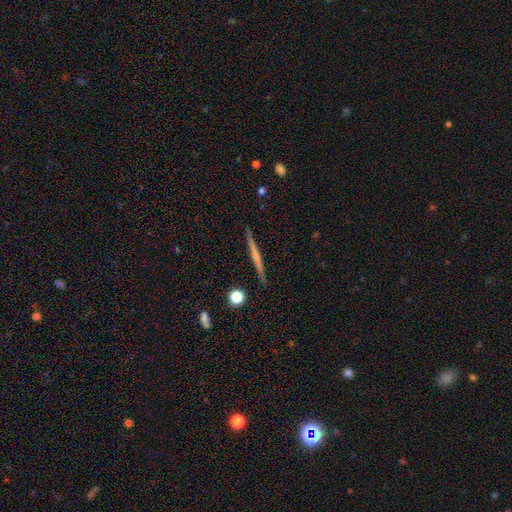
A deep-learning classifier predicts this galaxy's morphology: Overall: featured or disk (60%; smooth 34%). Edge-on disk: yes (98%). Edge-on bulge: none (64%; rounded 27%). Merging: none (91%).